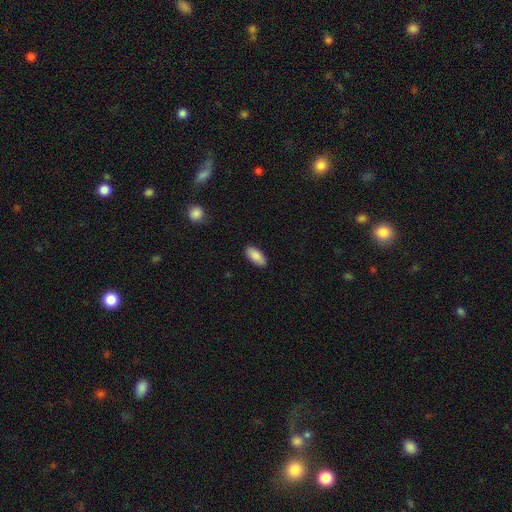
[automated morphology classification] Smooth or featured? Predicted: smooth (p=0.89). How rounded? Predicted: in between (p=0.89). Merging? Predicted: none (p=0.88).